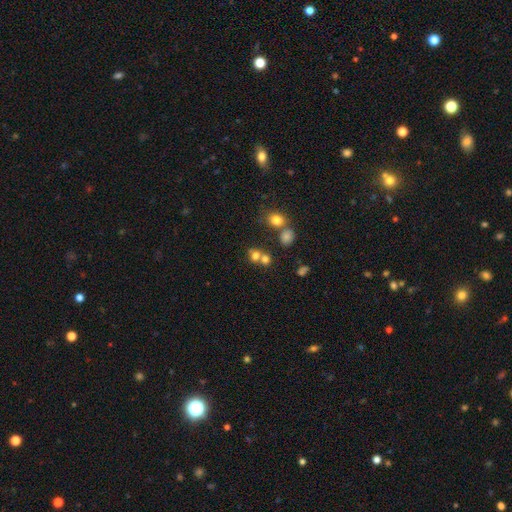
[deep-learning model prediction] Morphology: type=smooth (72%); roundness=round (73%); merging=merger (47%).